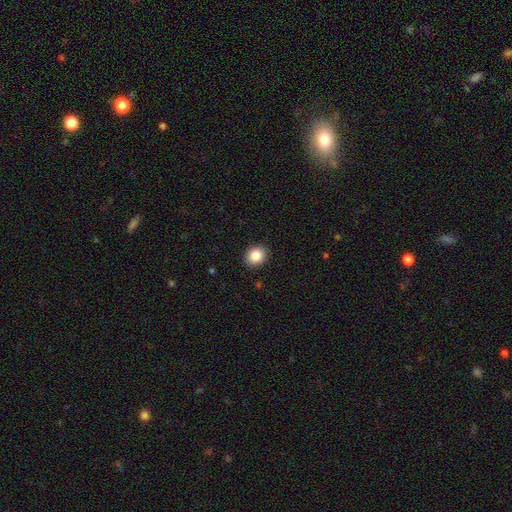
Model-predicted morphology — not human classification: smooth_or_featured: smooth (p=0.87) [alt: star or artifact p=0.09]
how_rounded: round (p=0.54) [alt: in between p=0.45]
merging: none (p=0.90) [alt: minor disturbance p=0.07]